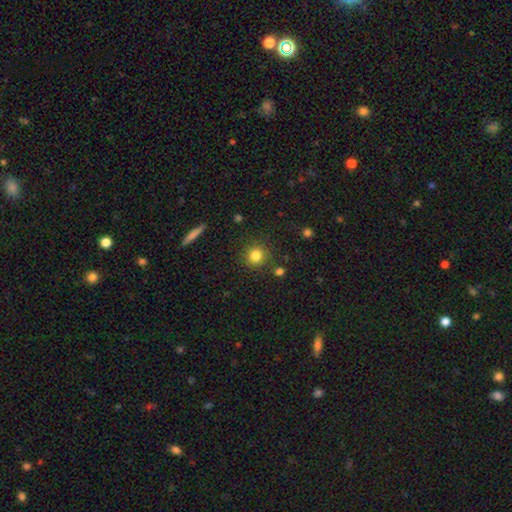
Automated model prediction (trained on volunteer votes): Q: Smooth or featured?
A: smooth (82%); runner-up: star or artifact (12%)
Q: How rounded?
A: round (92%); runner-up: in between (7%)
Q: Merging?
A: none (88%); runner-up: minor disturbance (7%)